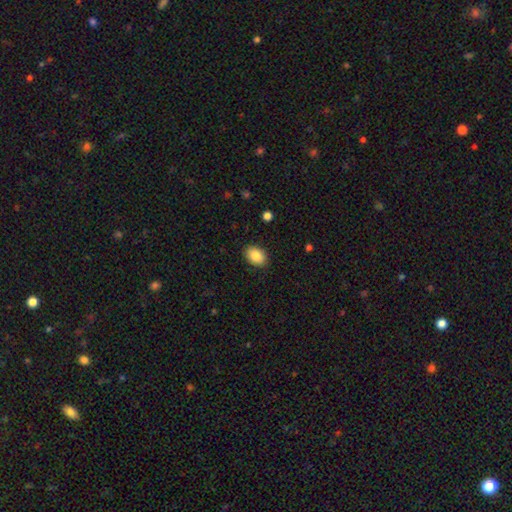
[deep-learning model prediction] A smooth galaxy with no disk features (87%) that is in between round and cigar-shaped (84%). Merging: none (89%).